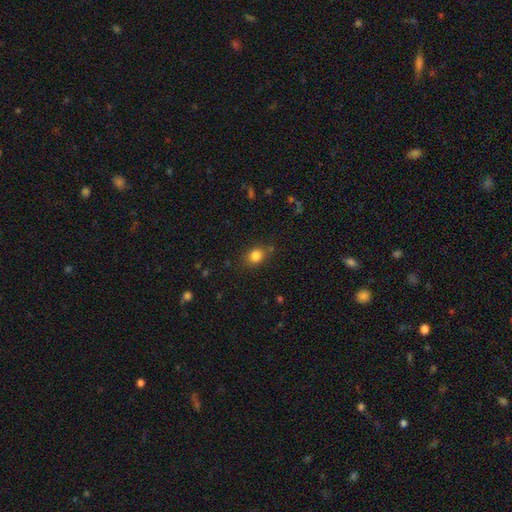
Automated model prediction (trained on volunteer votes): Overall: smooth (83%). How rounded: round (56%; in between 43%). Merging: none (79%).